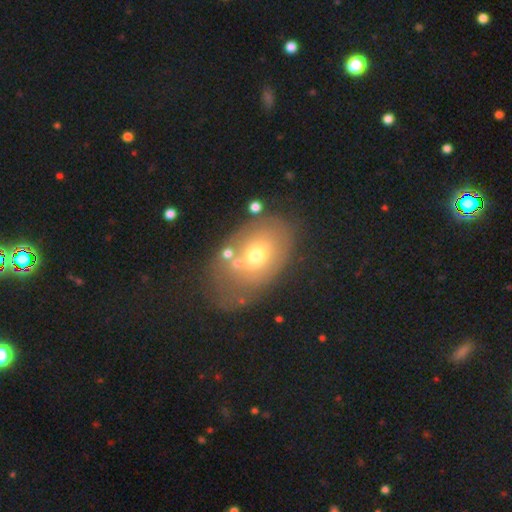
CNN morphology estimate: smooth_or_featured: smooth (p=0.53) [alt: featured or disk p=0.36]
how_rounded: in between (p=0.78) [alt: round p=0.21]
merging: none (p=0.56) [alt: minor disturbance p=0.21]